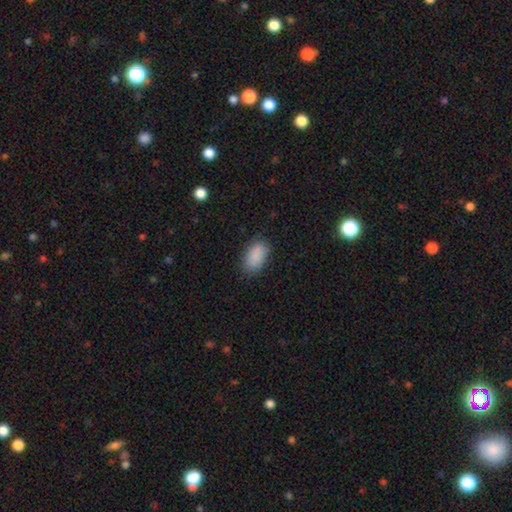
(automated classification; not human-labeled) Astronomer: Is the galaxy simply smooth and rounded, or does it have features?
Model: smooth — 89%.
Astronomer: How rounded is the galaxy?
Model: in between — 93%.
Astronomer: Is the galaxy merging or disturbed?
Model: none — 83%.